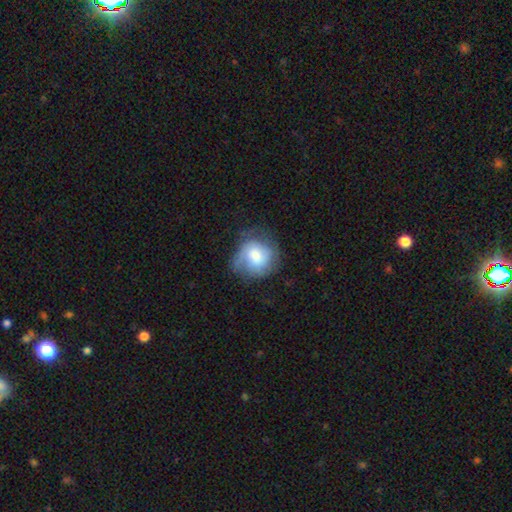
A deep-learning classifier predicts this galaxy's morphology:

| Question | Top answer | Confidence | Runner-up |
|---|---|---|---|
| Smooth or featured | smooth | 55% | featured or disk (37%) |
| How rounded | round | 83% | in between (16%) |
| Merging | none | 58% | minor disturbance (26%) |